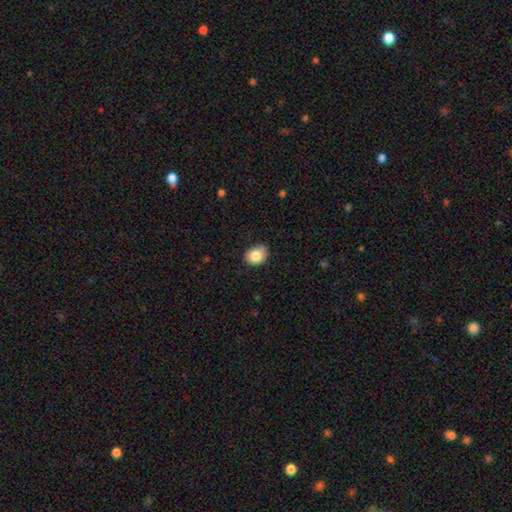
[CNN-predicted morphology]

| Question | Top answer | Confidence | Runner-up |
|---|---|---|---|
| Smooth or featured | smooth | 84% | star or artifact (9%) |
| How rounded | in between | 52% | round (47%) |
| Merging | none | 76% | minor disturbance (20%) |